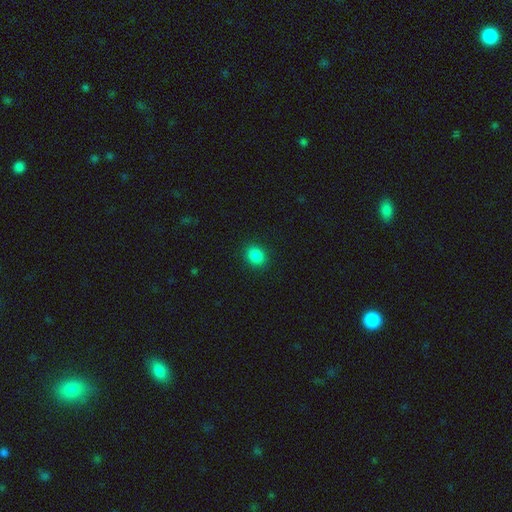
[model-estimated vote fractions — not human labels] smooth 86%, star or artifact 11%, featured or disk 3%. Down the decision tree: how rounded — round (58%); merging — none (90%).